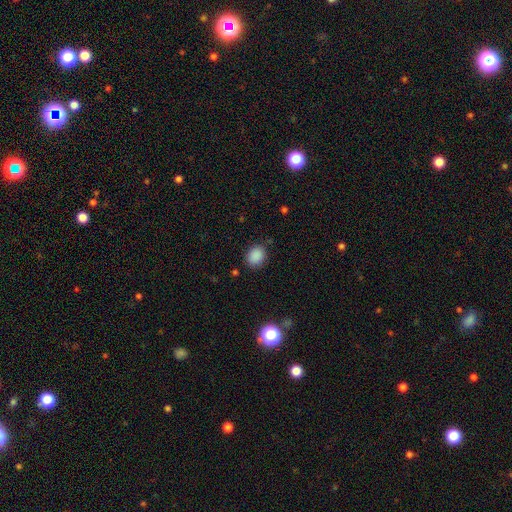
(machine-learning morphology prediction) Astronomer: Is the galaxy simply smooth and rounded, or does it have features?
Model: smooth — 86%.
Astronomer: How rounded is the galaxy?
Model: round — 55% (runner-up: in between, 44%).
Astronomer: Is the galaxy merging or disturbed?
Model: none — 82%.